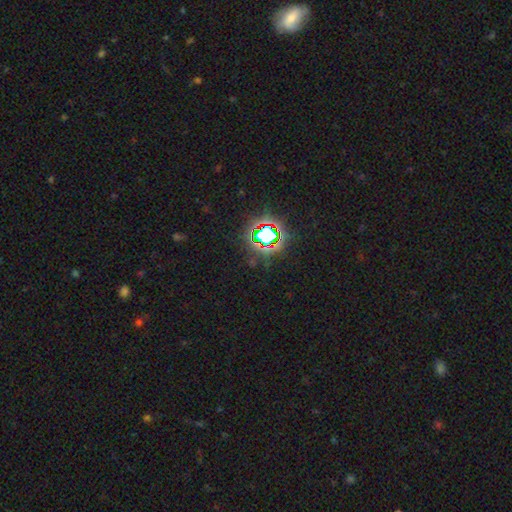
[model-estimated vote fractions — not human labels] Smooth or featured? Predicted: star or artifact (p=0.79).